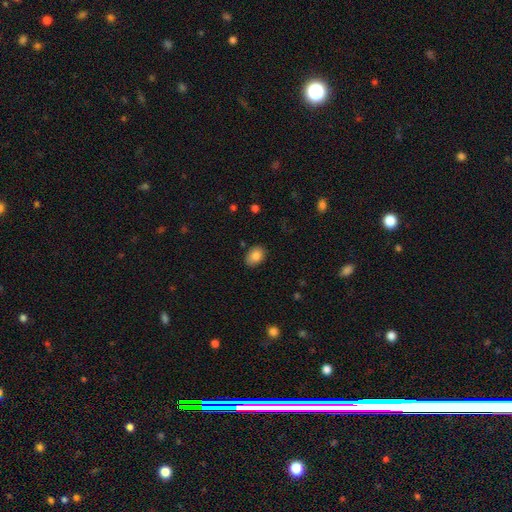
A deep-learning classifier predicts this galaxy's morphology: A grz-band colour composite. It shows a smooth galaxy with no disk features (84%) that is in between round and cigar-shaped (77%). Merging: none (85%).